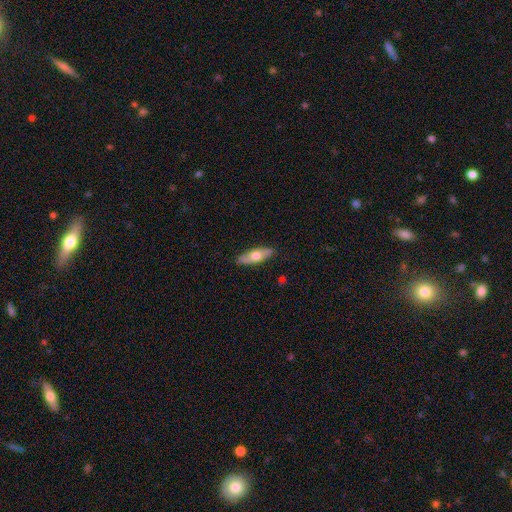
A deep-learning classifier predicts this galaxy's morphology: This is possibly a smooth galaxy (58%). How rounded: possibly in between (56%). Merging: clearly none (86%).